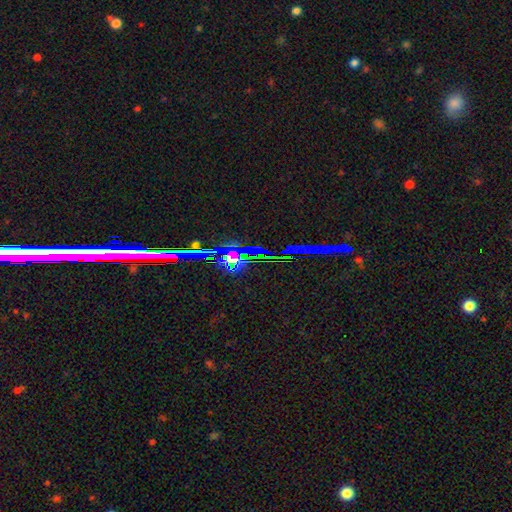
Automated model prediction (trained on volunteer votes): Smooth or featured: star or artifact — 78% (featured or disk — 12%)